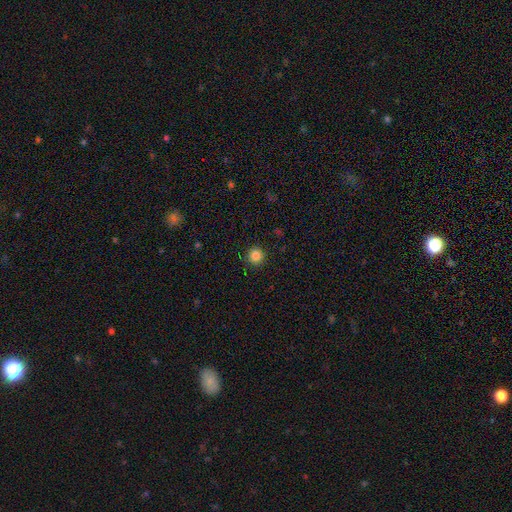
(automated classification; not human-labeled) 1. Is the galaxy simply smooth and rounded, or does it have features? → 84% smooth, 12% star or artifact, 4% featured or disk.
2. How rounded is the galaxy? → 95% round, 4% in between, 1% cigar-shaped.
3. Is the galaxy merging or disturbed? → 90% none, 7% minor disturbance, 2% major disturbance, 1% merger.